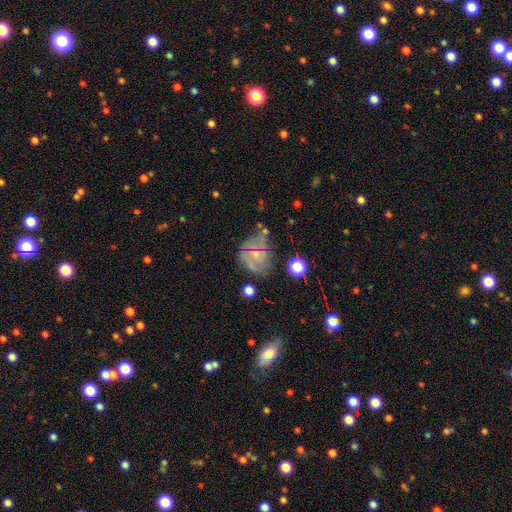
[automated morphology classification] type=featured or disk (52%); edge-on=no (97%); bar=no (69%); spiral arms=yes (60%); bulge=small (48%); merging=none (42%).